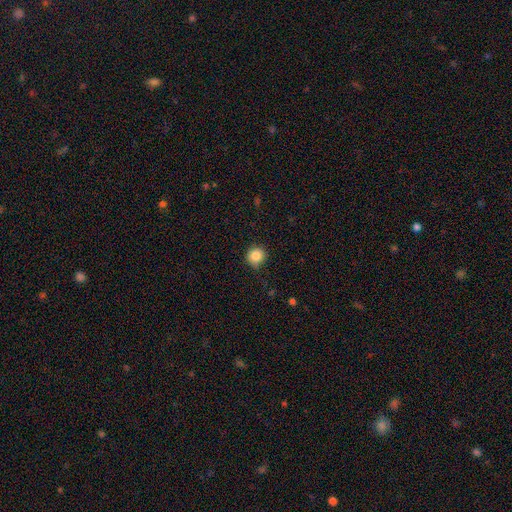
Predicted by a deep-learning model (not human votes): smooth 86%, star or artifact 10%, featured or disk 4%. Down the decision tree: how rounded — round (92%); merging — none (83%).